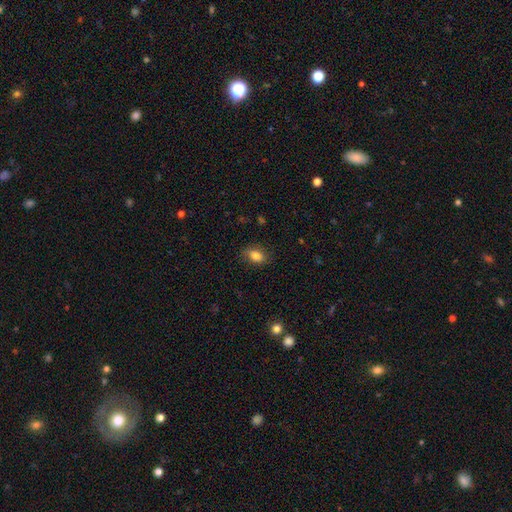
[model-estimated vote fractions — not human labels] smooth-or-featured: smooth: 83% | star or artifact: 9% | featured or disk: 8%
  how-rounded: in between: 84% | round: 13% | cigar-shaped: 2%
  merging: none: 80% | minor disturbance: 15% | major disturbance: 4% | merger: 1%